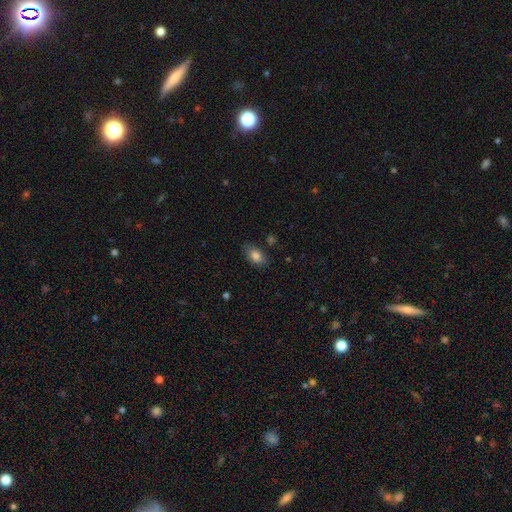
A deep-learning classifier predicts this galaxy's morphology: smooth-or-featured: smooth: 83% | featured or disk: 9% | star or artifact: 8%
  how-rounded: in between: 89% | round: 8% | cigar-shaped: 3%
  merging: none: 79% | minor disturbance: 16% | major disturbance: 4% | merger: 2%